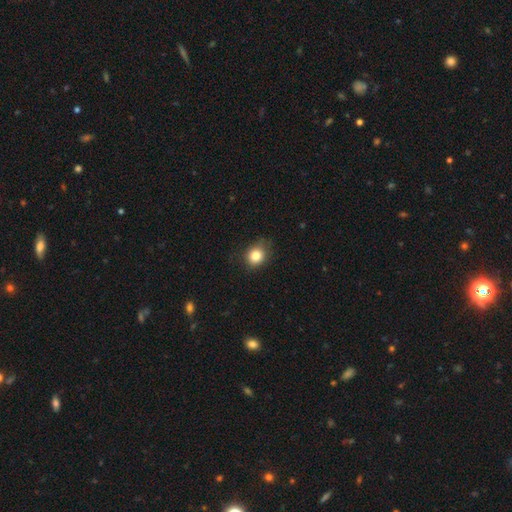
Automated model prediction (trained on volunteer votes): smooth 83%, star or artifact 11%, featured or disk 7%. Down the decision tree: how rounded — round (67%); merging — none (75%).